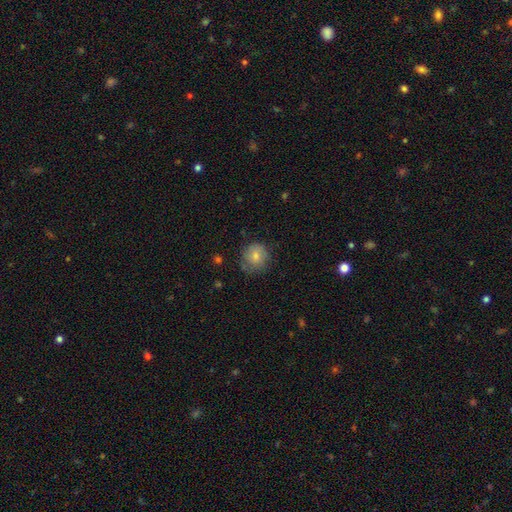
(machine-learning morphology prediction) Smooth or featured? Predicted: smooth (p=0.77). How rounded? Predicted: round (p=0.85). Merging? Predicted: none (p=0.68).